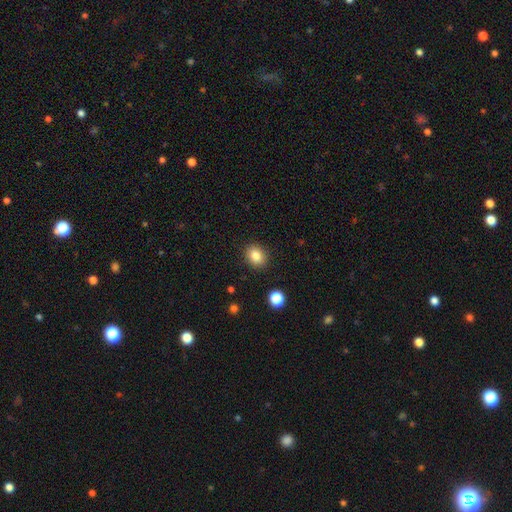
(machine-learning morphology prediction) Smooth or featured? smooth (84%)
How rounded? round (58%)
Merging? none (89%)